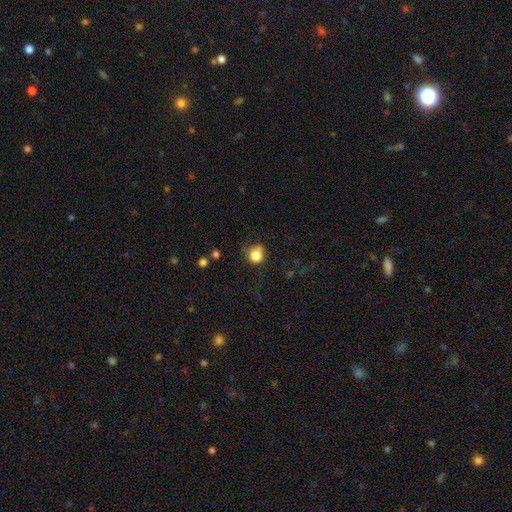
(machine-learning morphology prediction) Overall: smooth (81%). How rounded: round (84%). Merging: none (58%; minor disturbance 27%).